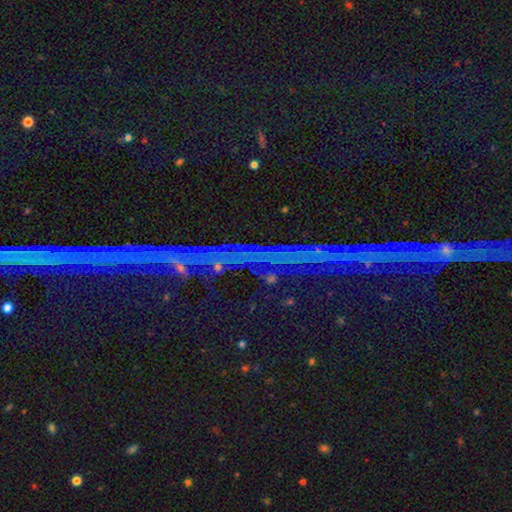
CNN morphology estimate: A star or artifact, not a galaxy (83%).